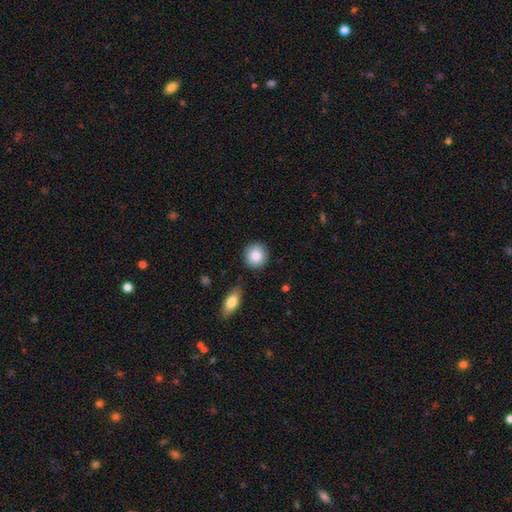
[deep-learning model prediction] A smooth galaxy with no disk features (86%) that is round (90%).

Vote fractions:
- Smooth or featured? smooth: 86% / star or artifact: 7% / featured or disk: 7%
- How rounded? round: 90% / in between: 9% / cigar-shaped: 1%
- Merging? none: 87% / minor disturbance: 8% / merger: 3% / major disturbance: 2%